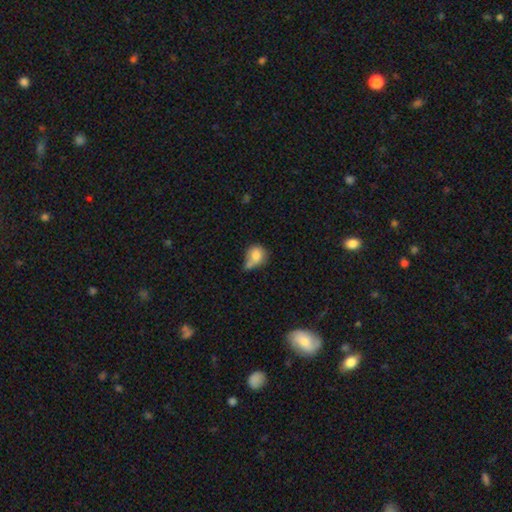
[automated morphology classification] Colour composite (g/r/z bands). It shows a smooth galaxy with no disk features (77%) that is round (67%). Merging: merger (32%, tied with none).